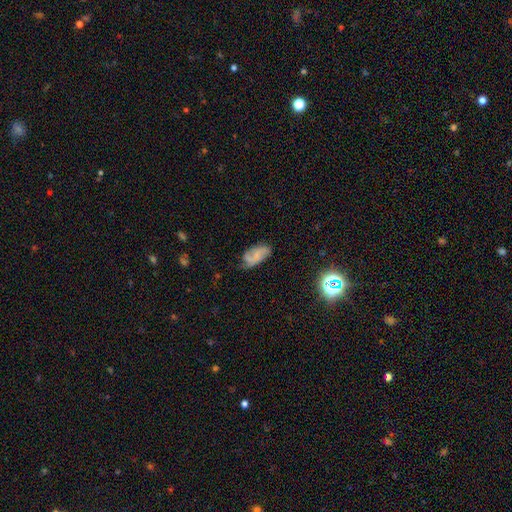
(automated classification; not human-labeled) Smooth or featured: smooth — 46% (featured or disk — 42%)
Merging: none — 56% (minor disturbance — 30%)